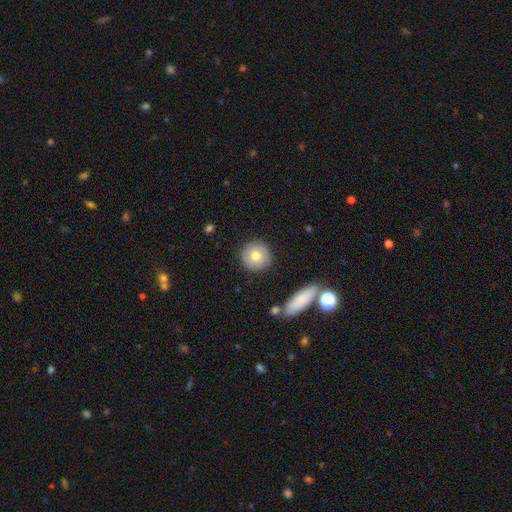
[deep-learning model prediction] This is likely a smooth galaxy (74%). How rounded: clearly round (94%). Merging: clearly none (89%).